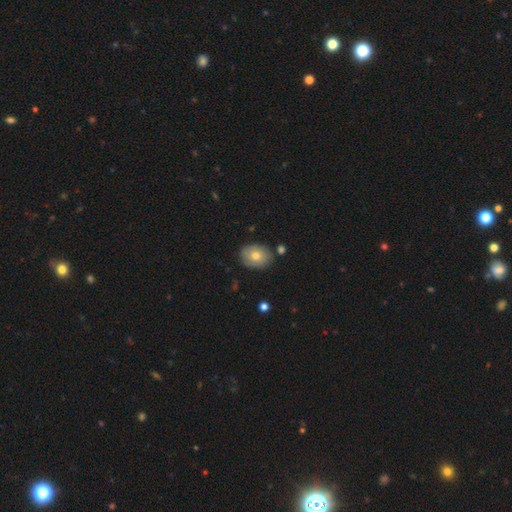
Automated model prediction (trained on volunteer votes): smooth_or_featured: smooth (p=0.72) [alt: featured or disk p=0.21]
how_rounded: in between (p=0.64) [alt: round p=0.35]
merging: none (p=0.81) [alt: minor disturbance p=0.13]